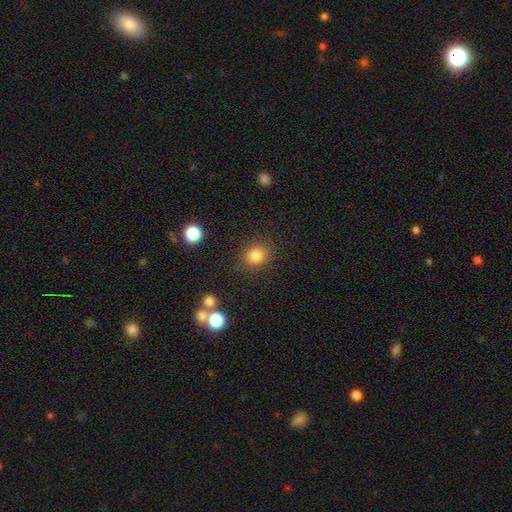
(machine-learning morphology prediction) This is clearly a smooth galaxy (82%). How rounded: likely round (72%). Merging: clearly none (85%).